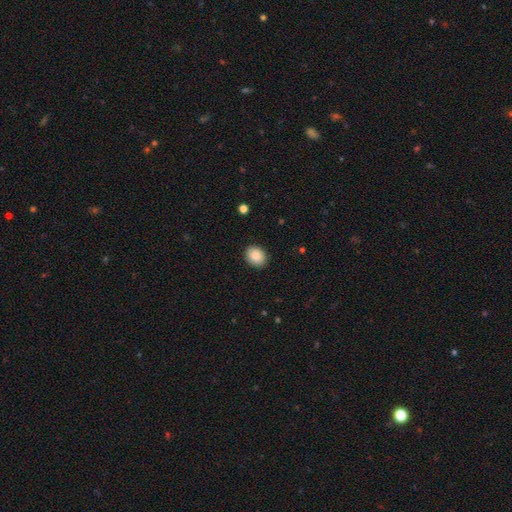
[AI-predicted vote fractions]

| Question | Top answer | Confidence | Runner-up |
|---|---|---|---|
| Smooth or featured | smooth | 88% | star or artifact (8%) |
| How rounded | in between | 50% | round (49%) |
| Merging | none | 90% | minor disturbance (7%) |